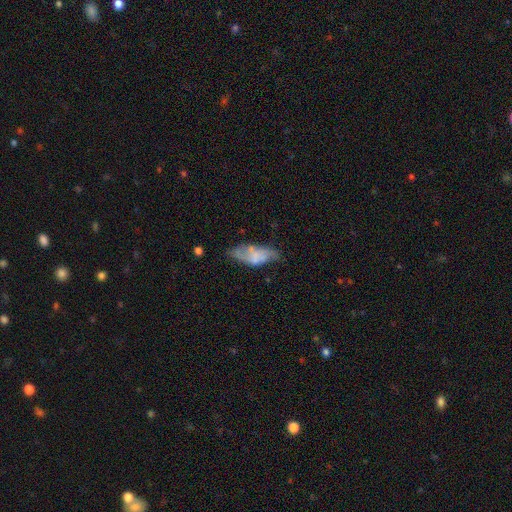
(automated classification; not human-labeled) Smooth or featured: featured or disk — 46% (tied with smooth — 46%)
Merging: none — 45% (minor disturbance — 30%)